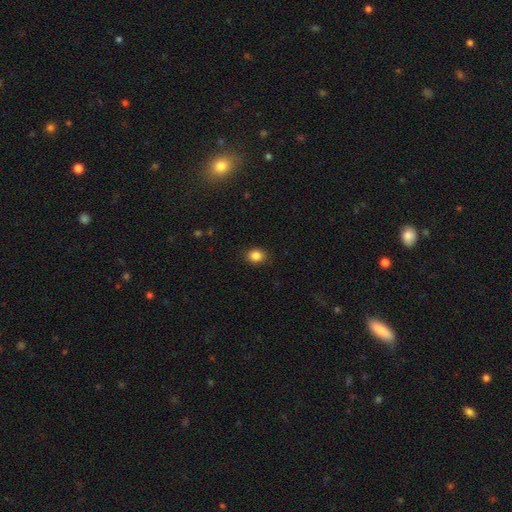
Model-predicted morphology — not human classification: A smooth galaxy with no disk features (86%) that is round (50%). Merging: none (89%).